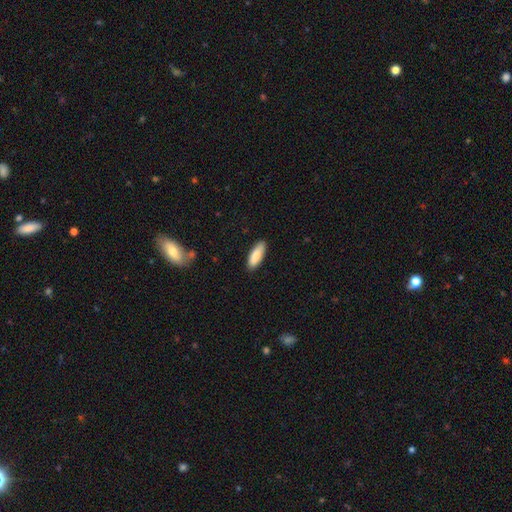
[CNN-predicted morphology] This appears to be a smooth galaxy with no disk features (85%) that is in between round and cigar-shaped (67%). Merging: none (88%).